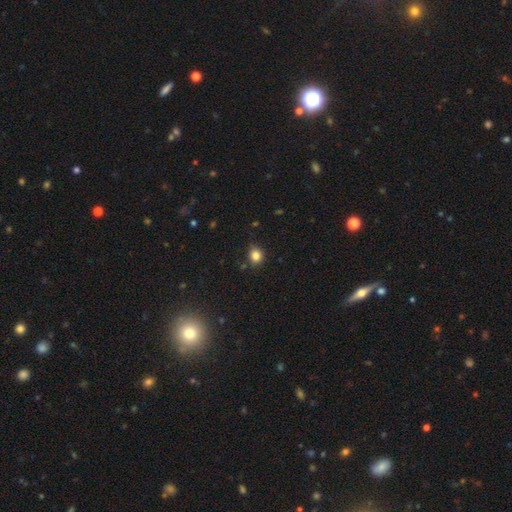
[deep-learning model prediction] Smooth or featured? smooth (83%)
How rounded? round (73%)
Merging? none (83%)